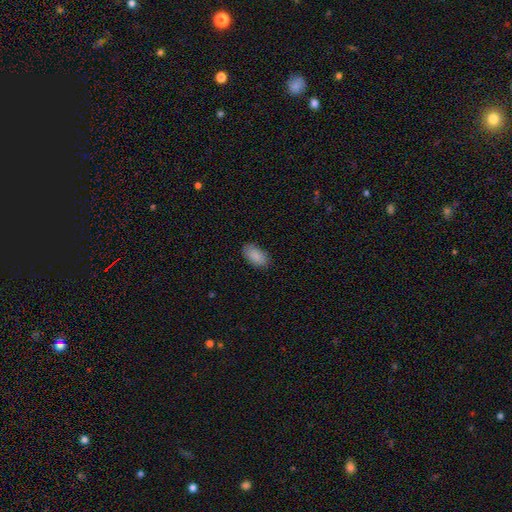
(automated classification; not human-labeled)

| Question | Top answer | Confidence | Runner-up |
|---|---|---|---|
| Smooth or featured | smooth | 89% | star or artifact (7%) |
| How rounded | in between | 94% | round (3%) |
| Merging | none | 85% | minor disturbance (11%) |